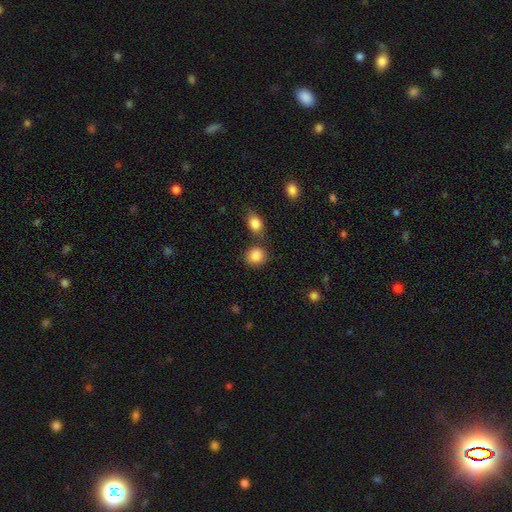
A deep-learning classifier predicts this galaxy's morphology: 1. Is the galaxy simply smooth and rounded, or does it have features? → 87% smooth, 9% star or artifact, 4% featured or disk.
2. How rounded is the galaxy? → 76% round, 23% in between, 1% cigar-shaped.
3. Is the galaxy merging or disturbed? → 71% none, 14% merger, 11% minor disturbance, 4% major disturbance.